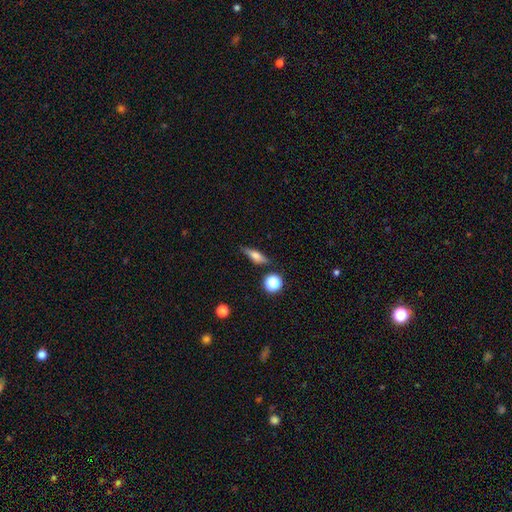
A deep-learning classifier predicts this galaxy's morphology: Smooth or featured? Predicted: smooth (p=0.57). How rounded? Predicted: cigar-shaped (p=0.49). Merging? Predicted: none (p=0.79).